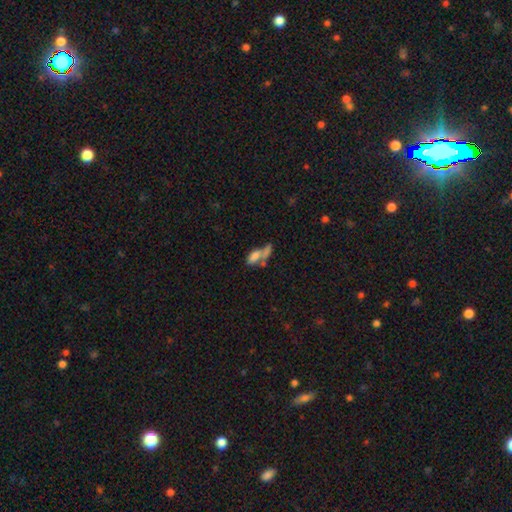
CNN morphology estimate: Overall: smooth (70%). How rounded: in between (77%). Merging: merger (55%; none 24%).